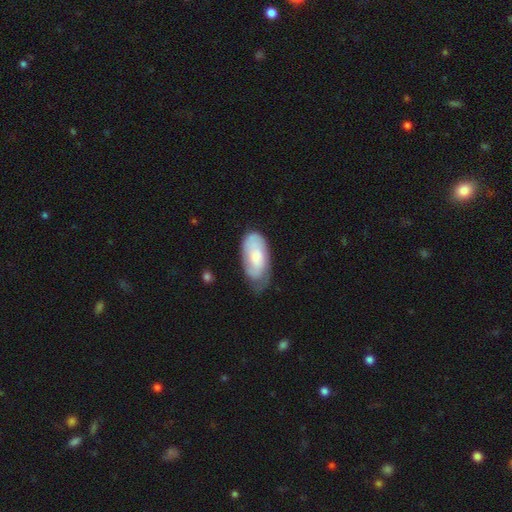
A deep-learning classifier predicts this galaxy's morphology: This is possibly a smooth galaxy (56%). How rounded: clearly in between (91%). Merging: possibly none (47%).